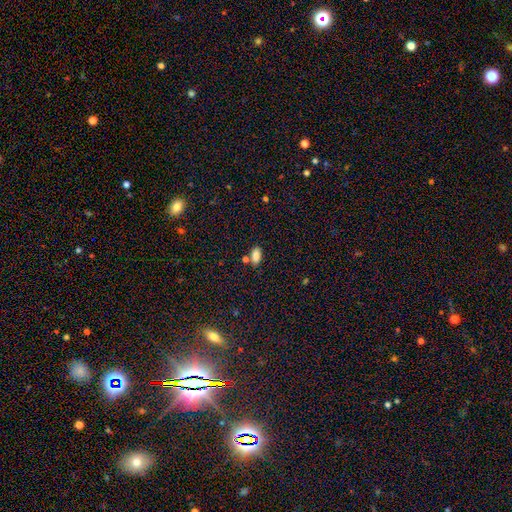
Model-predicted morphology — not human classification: A smooth galaxy with no disk features (85%) that is in between round and cigar-shaped (90%).

Vote fractions:
- Smooth or featured? smooth: 85% / star or artifact: 10% / featured or disk: 5%
- How rounded? in between: 90% / cigar-shaped: 5% / round: 5%
- Merging? none: 69% / merger: 14% / minor disturbance: 13% / major disturbance: 4%